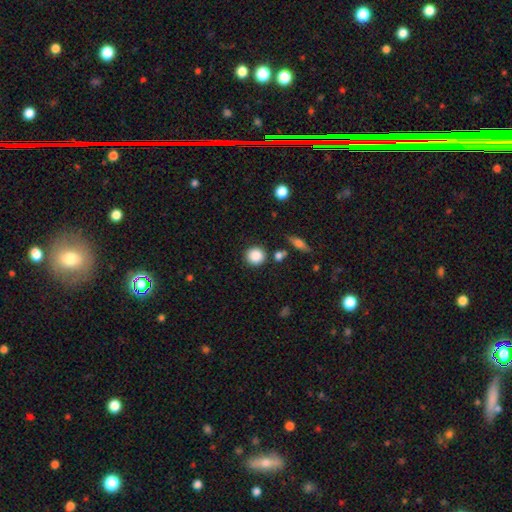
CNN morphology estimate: This appears to be a smooth galaxy with no disk features (87%) that is round (91%). Merging: none (84%).